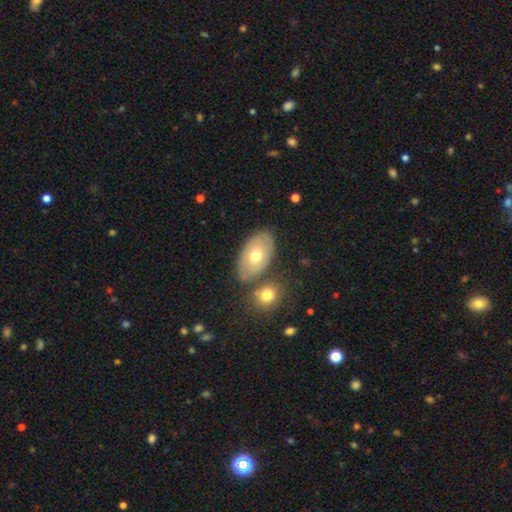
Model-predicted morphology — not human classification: This appears to be a smooth galaxy with no disk features (62%) that is in between round and cigar-shaped (91%). Merging: none (68%).